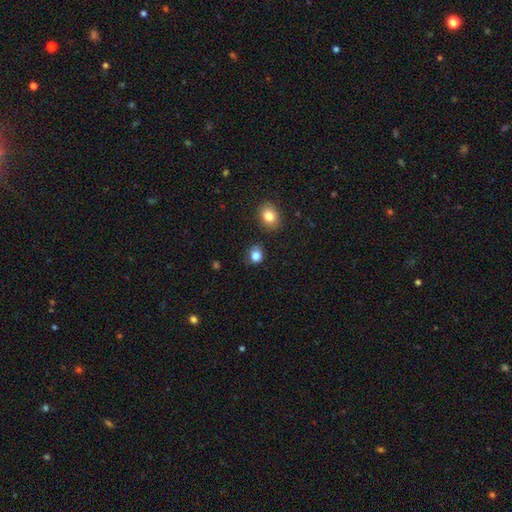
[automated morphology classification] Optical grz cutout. It shows a smooth galaxy with no disk features (84%) that is round (64%). Merging: none (74%).